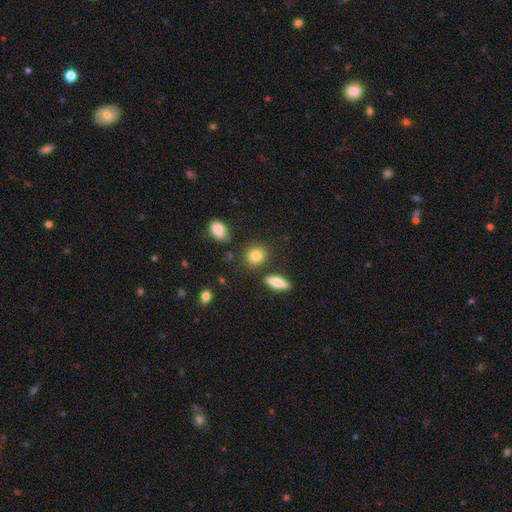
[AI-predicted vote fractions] This appears to be a smooth galaxy with no disk features (83%) that is round (70%). Merging: none (81%).